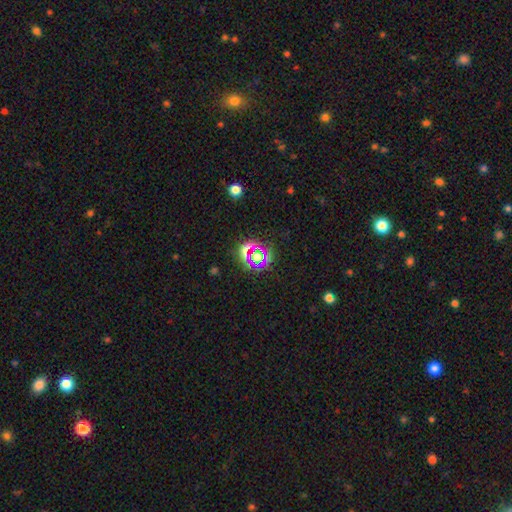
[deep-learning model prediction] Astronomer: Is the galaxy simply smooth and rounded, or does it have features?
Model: star or artifact — 65%.